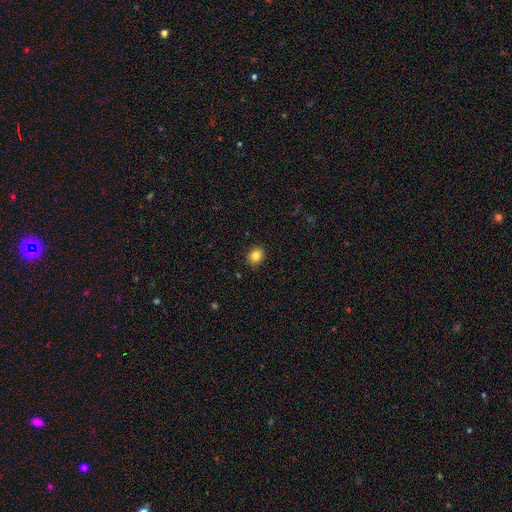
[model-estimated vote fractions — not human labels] This is clearly a smooth galaxy (83%). How rounded: likely round (62%). Merging: clearly none (90%).